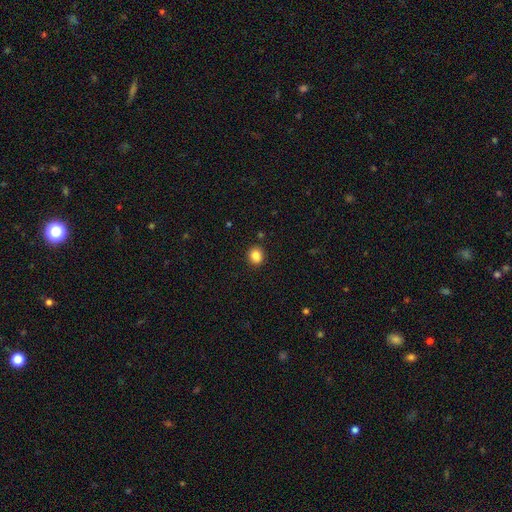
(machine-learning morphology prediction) Smooth or featured? Predicted: smooth (p=0.86). How rounded? Predicted: round (p=0.68). Merging? Predicted: none (p=0.89).